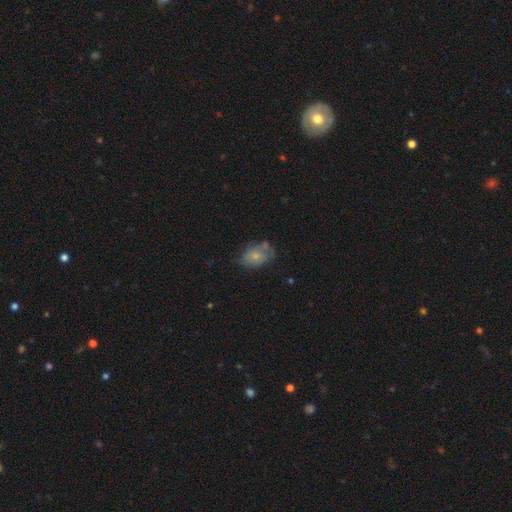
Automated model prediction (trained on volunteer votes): smooth 66%, featured or disk 25%, star or artifact 8%. Down the decision tree: how rounded — in between (81%); merging — none (50%).